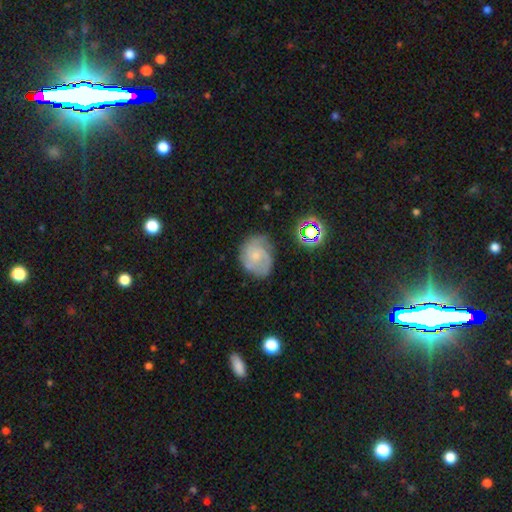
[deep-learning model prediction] A featured or disk galaxy (68%) with no bar (72%), 2 (35%) tight (45%) spiral arms (92%) and a small central bulge (64%).

Vote fractions:
- Smooth or featured? featured or disk: 68% / smooth: 23% / star or artifact: 9%
- Edge-on disk? no: 98% / yes: 2%
- Bar? no: 72% / weak: 25% / strong: 3%
- Spiral arms? yes: 92% / no: 8%
- Spiral winding? tight: 45% / medium: 42% / loose: 14%
- Spiral arm count? 2: 35% / 3: 26% / can't tell: 24% / 1: 7% / 4: 5% / more than 4: 4%
- Bulge size? small: 64% / moderate: 24% / none: 9% / large: 2% / dominant: 1%
- Merging? none: 64% / minor disturbance: 24% / major disturbance: 10% / merger: 3%